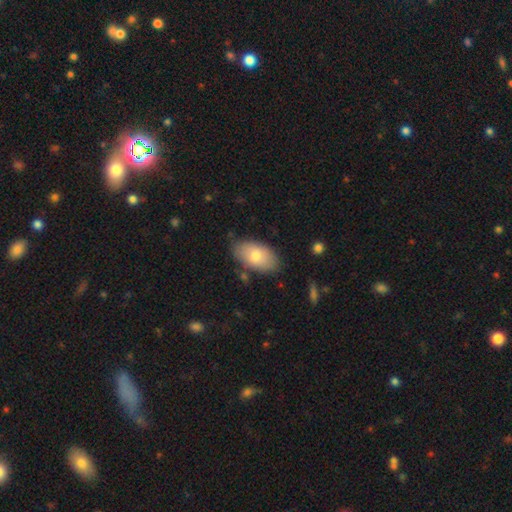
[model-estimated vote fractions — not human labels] This appears to be a smooth galaxy with no disk features (76%) that is in between round and cigar-shaped (94%). Merging: none (76%).